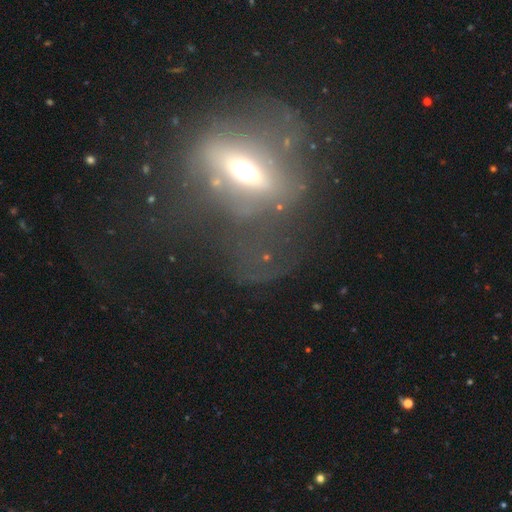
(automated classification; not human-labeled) Morphology: type=featured or disk (61%); edge-on=no (62%); merging=none (41%).